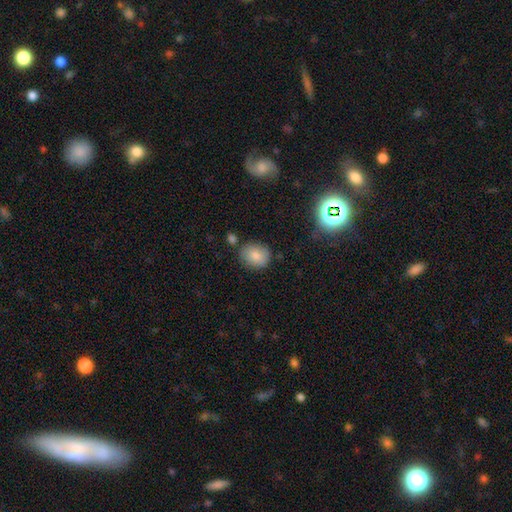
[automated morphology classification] smooth_or_featured: smooth (p=0.83) [alt: star or artifact p=0.09]
how_rounded: round (p=0.58) [alt: in between p=0.41]
merging: none (p=0.78) [alt: minor disturbance p=0.14]